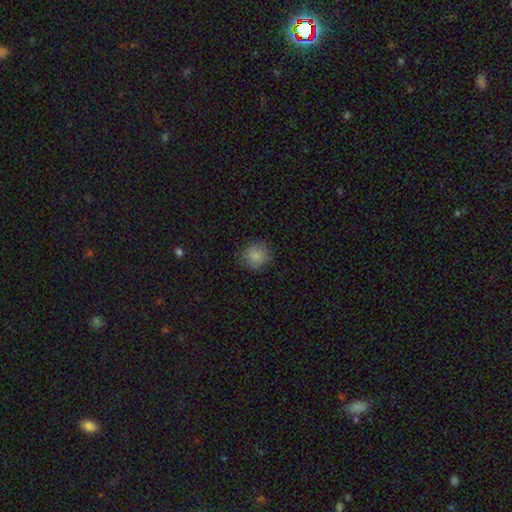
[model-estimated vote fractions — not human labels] smooth_or_featured: smooth (p=0.86) [alt: star or artifact p=0.10]
how_rounded: round (p=0.87) [alt: in between p=0.12]
merging: none (p=0.84) [alt: minor disturbance p=0.12]